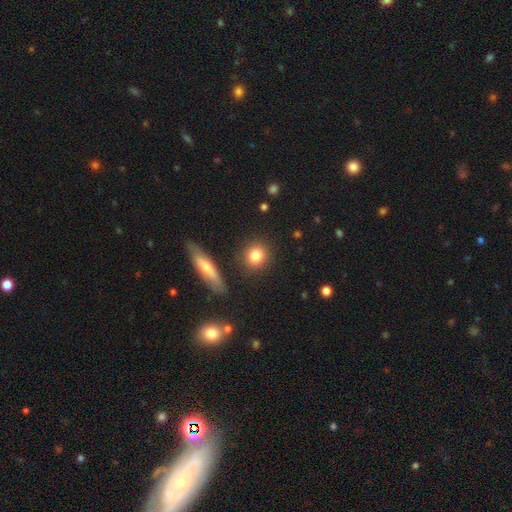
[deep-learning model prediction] Smooth or featured?
  - smooth: 82% *
  - featured or disk: 9%
  - star or artifact: 9%
How rounded?
  - round: 83% *
  - in between: 14%
  - cigar-shaped: 3%
Merging?
  - none: 87% *
  - minor disturbance: 7%
  - merger: 3%
  - major disturbance: 2%